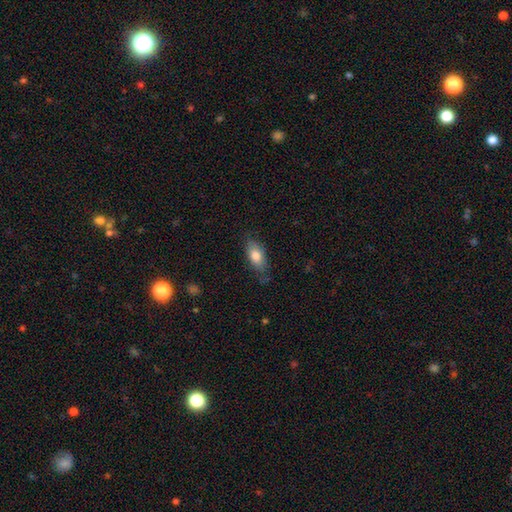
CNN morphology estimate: Smooth or featured?
  - smooth: 78% *
  - featured or disk: 15%
  - star or artifact: 7%
How rounded?
  - in between: 85% *
  - cigar-shaped: 12%
  - round: 3%
Merging?
  - none: 72% *
  - minor disturbance: 22%
  - major disturbance: 5%
  - merger: 2%